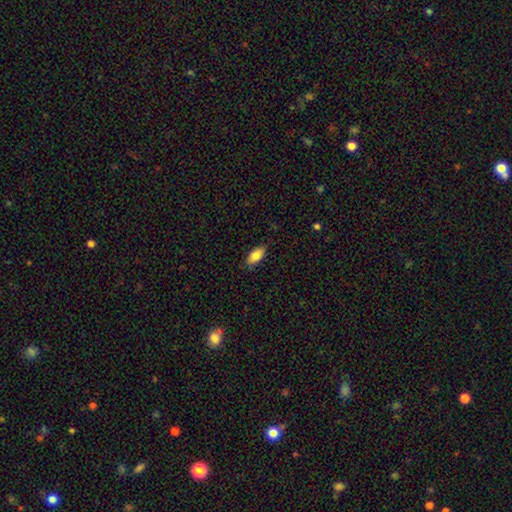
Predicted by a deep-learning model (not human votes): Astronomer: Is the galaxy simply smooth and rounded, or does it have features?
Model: smooth — 82%.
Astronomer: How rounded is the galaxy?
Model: in between — 88%.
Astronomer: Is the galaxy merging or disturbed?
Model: none — 84%.